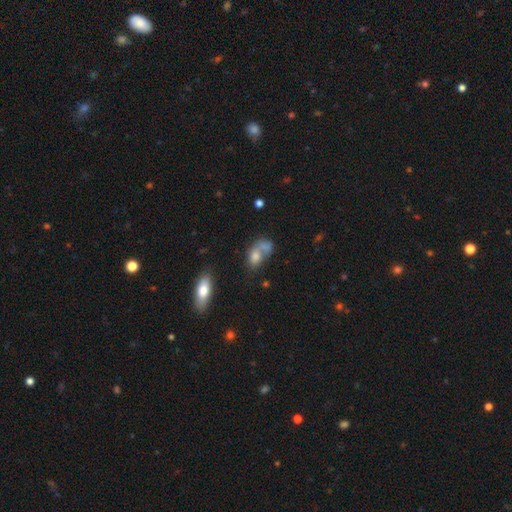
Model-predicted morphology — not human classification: Smooth or featured? smooth (65%)
How rounded? in between (71%)
Merging? merger (47%)